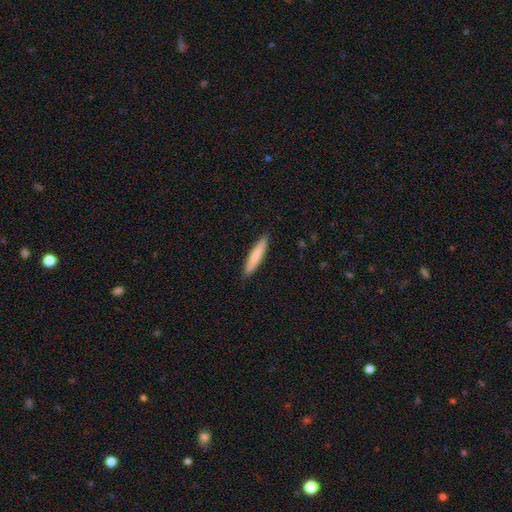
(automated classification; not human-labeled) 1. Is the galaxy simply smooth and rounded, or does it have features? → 79% smooth, 16% featured or disk, 5% star or artifact.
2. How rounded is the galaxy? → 91% cigar-shaped, 8% in between, 1% round.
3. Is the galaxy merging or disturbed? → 90% none, 8% minor disturbance, 1% major disturbance, 1% merger.